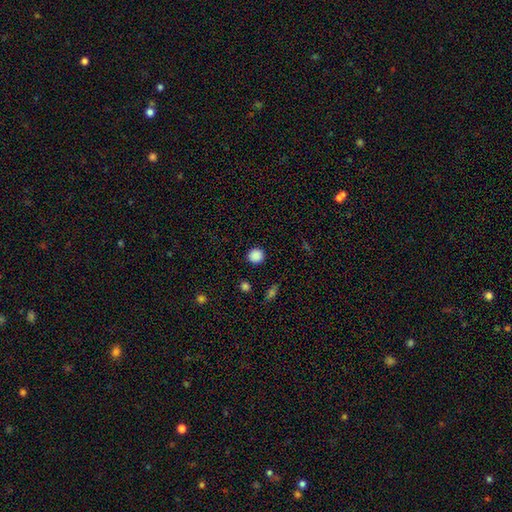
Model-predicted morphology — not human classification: A smooth galaxy with no disk features (87%) that is round (93%).

Vote fractions:
- Smooth or featured? smooth: 87% / star or artifact: 10% / featured or disk: 3%
- How rounded? round: 93% / in between: 6% / cigar-shaped: 1%
- Merging? none: 91% / minor disturbance: 6% / major disturbance: 2% / merger: 1%